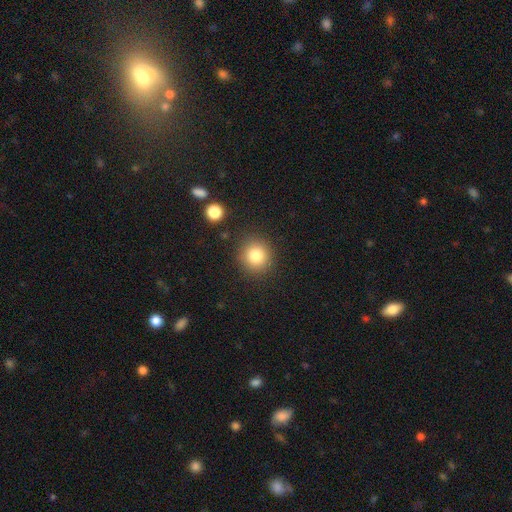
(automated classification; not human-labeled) The model was most divided on "smooth or featured": smooth: 81%, star or artifact: 11%, featured or disk: 7%. More confident: how rounded — round (91%); merging — none (87%).